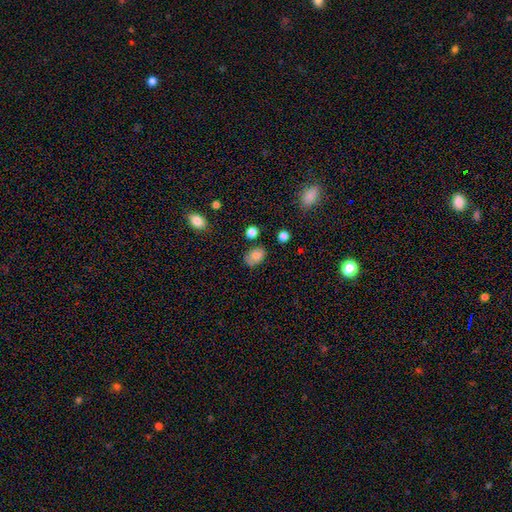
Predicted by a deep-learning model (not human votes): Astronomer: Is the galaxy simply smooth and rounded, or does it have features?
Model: smooth — 79%.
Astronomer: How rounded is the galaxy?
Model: in between — 75%.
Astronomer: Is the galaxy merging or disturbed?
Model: none — 65%.